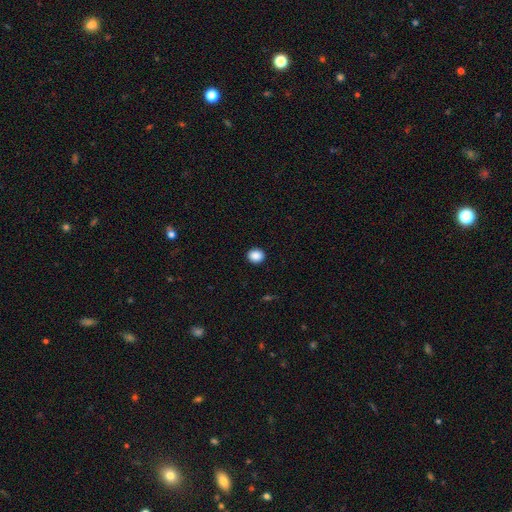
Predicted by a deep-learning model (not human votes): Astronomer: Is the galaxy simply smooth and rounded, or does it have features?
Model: smooth — 89%.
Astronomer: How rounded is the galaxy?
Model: round — 68%.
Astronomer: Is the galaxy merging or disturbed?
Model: none — 92%.